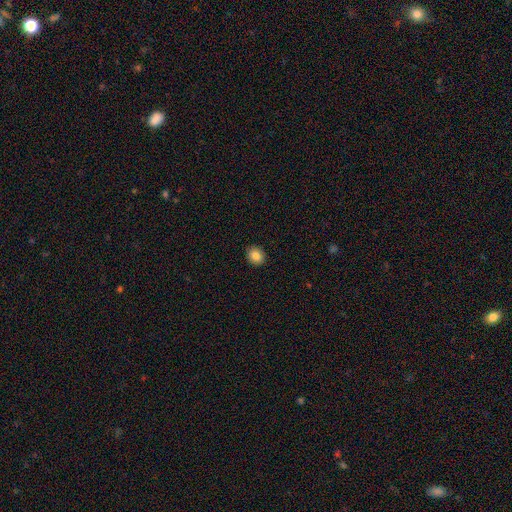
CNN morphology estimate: Smooth or featured? smooth (84%)
How rounded? round (67%)
Merging? none (92%)